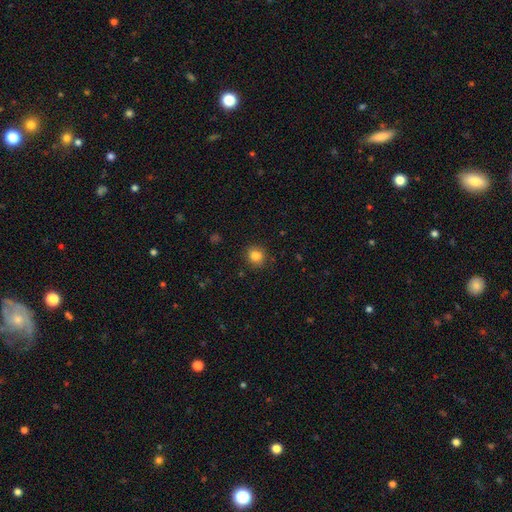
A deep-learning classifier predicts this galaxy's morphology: A smooth galaxy with no disk features (83%) that is round (86%).

Vote fractions:
- Smooth or featured? smooth: 83% / star or artifact: 11% / featured or disk: 6%
- How rounded? round: 86% / in between: 13% / cigar-shaped: 1%
- Merging? none: 89% / minor disturbance: 7% / major disturbance: 2% / merger: 1%